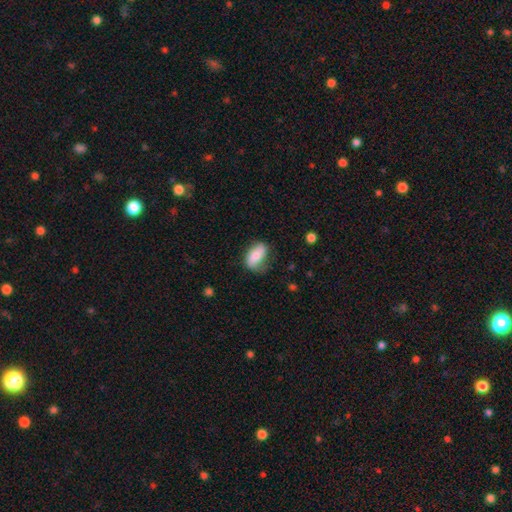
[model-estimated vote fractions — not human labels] Smooth or featured?
  - smooth: 70% *
  - featured or disk: 23%
  - star or artifact: 7%
How rounded?
  - in between: 88% *
  - round: 7%
  - cigar-shaped: 5%
Merging?
  - none: 56% *
  - minor disturbance: 30%
  - major disturbance: 12%
  - merger: 2%